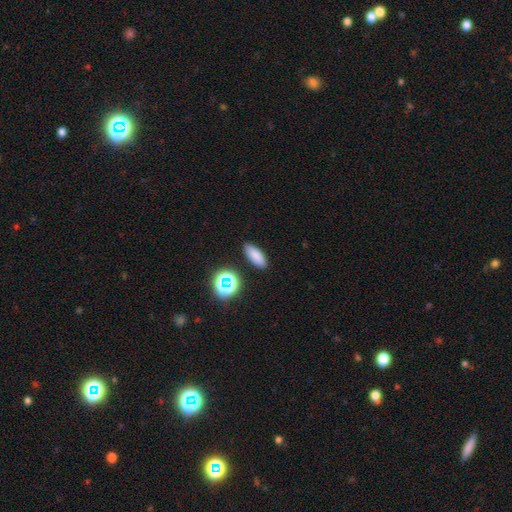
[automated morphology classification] This appears to be a smooth galaxy with no disk features (80%) that is in between round and cigar-shaped (74%). Merging: none (87%).